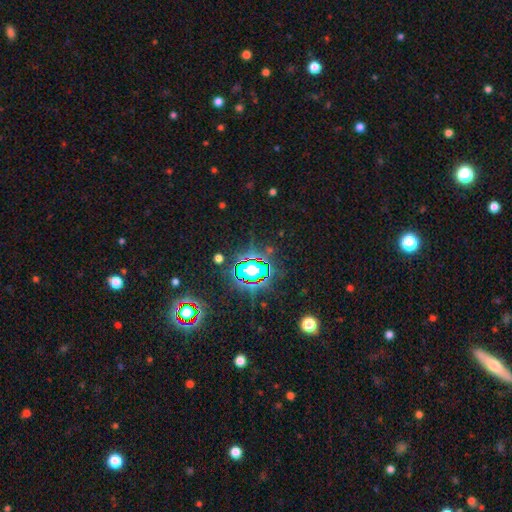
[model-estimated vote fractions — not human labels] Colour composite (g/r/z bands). It shows a star or artifact, not a galaxy (82%).